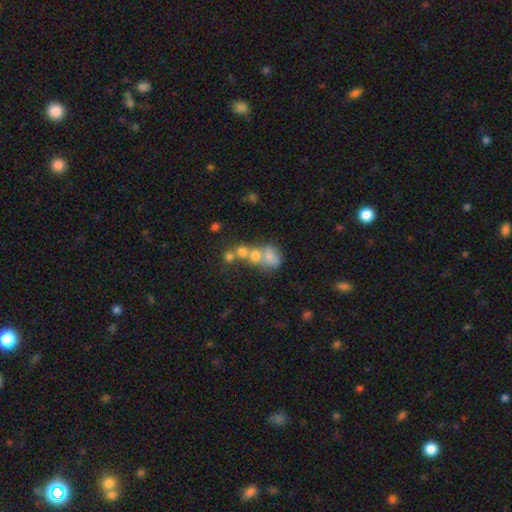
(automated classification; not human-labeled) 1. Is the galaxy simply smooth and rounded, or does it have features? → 56% smooth, 28% featured or disk, 16% star or artifact.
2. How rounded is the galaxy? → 59% round, 39% in between, 2% cigar-shaped.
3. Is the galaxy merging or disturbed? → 60% merger, 24% none, 8% minor disturbance, 8% major disturbance.